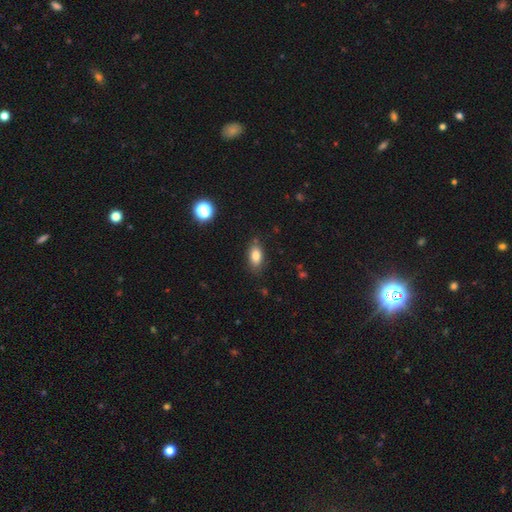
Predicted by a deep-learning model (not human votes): The model was most divided on "merging": none: 80%, minor disturbance: 15%, major disturbance: 3%, merger: 2%. More confident: how rounded — in between (88%); smooth or featured — smooth (82%).